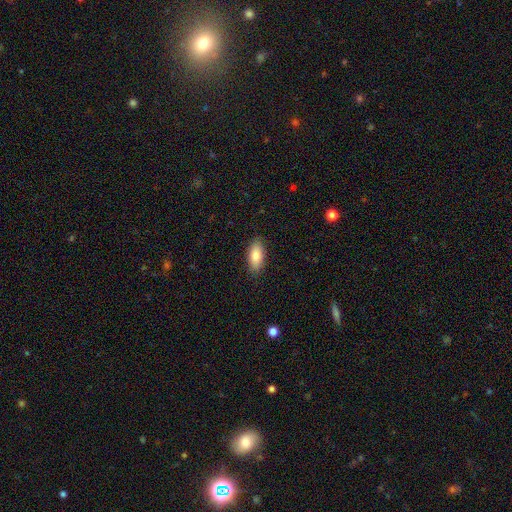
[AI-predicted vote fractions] Q: Smooth or featured?
A: smooth (84%); runner-up: featured or disk (10%)
Q: How rounded?
A: in between (87%); runner-up: cigar-shaped (10%)
Q: Merging?
A: none (87%); runner-up: minor disturbance (9%)